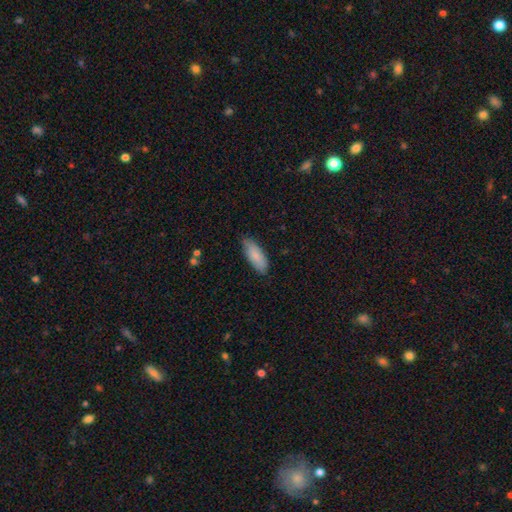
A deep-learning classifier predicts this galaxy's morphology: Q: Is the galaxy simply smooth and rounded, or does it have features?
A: smooth — 84%.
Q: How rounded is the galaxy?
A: in between — 77%.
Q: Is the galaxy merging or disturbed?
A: none — 82%.